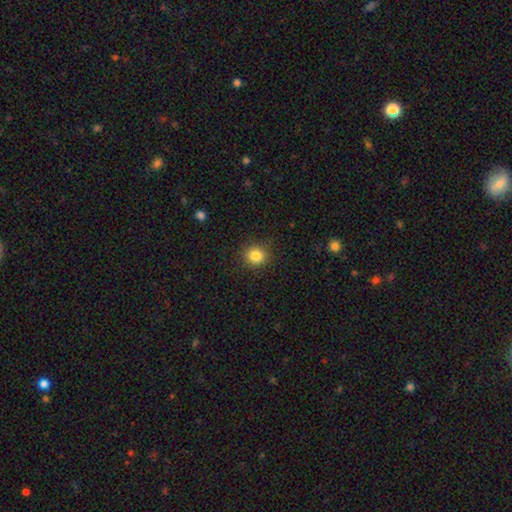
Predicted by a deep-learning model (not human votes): smooth_or_featured: smooth (p=0.84) [alt: star or artifact p=0.11]
how_rounded: round (p=0.89) [alt: in between p=0.10]
merging: none (p=0.90) [alt: minor disturbance p=0.07]